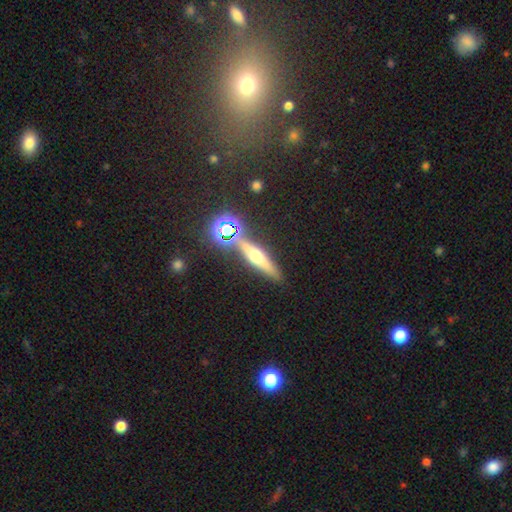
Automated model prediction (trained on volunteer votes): This is possibly a featured or disk galaxy (50%). Merging: clearly none (84%).